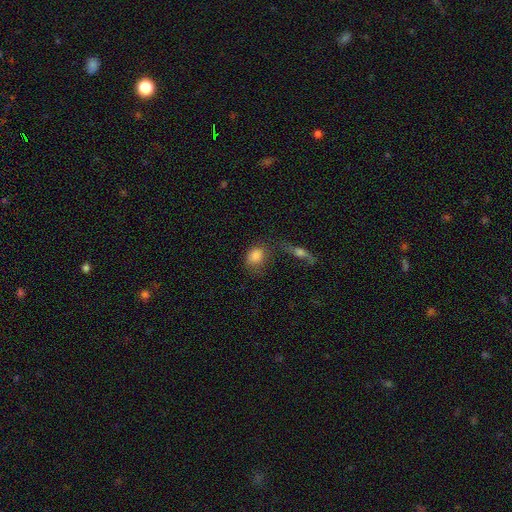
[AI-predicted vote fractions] Smooth or featured? smooth (83%)
How rounded? round (49%)
Merging? none (59%)